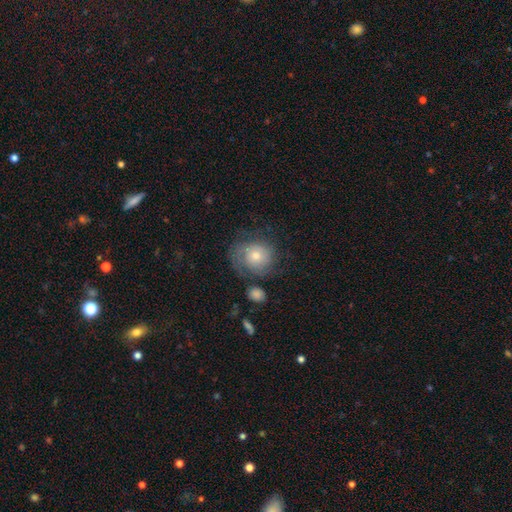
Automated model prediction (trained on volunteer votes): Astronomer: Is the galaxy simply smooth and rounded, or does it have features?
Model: featured or disk — 49% (runner-up: smooth, 41%).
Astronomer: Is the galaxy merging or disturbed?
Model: none — 57%.